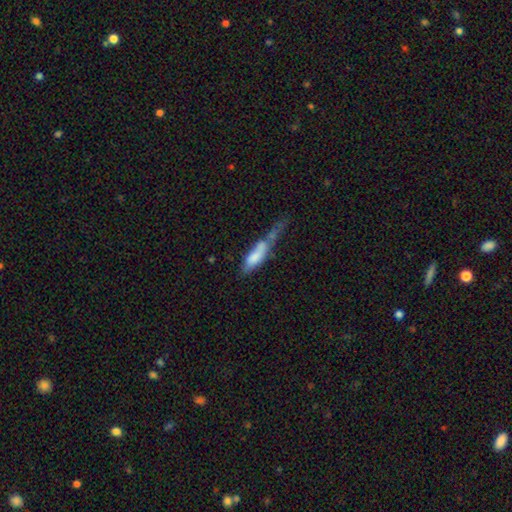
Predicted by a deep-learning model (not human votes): Smooth or featured? Predicted: smooth (p=0.72). How rounded? Predicted: cigar-shaped (p=0.55). Merging? Predicted: major disturbance (p=0.30).